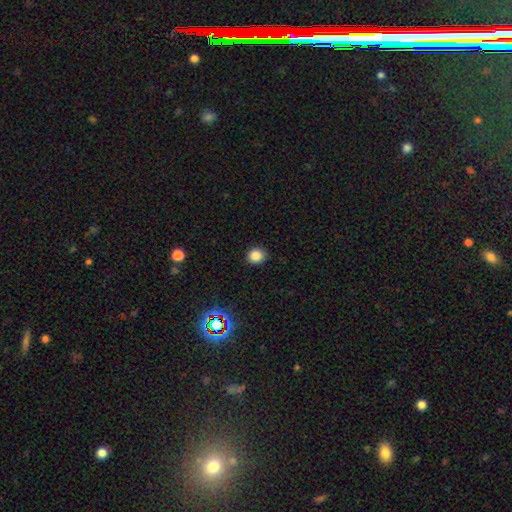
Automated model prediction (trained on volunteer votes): The model was most divided on "how rounded": round: 83%, in between: 16%, cigar-shaped: 1%. More confident: merging — none (89%); smooth or featured — smooth (83%).